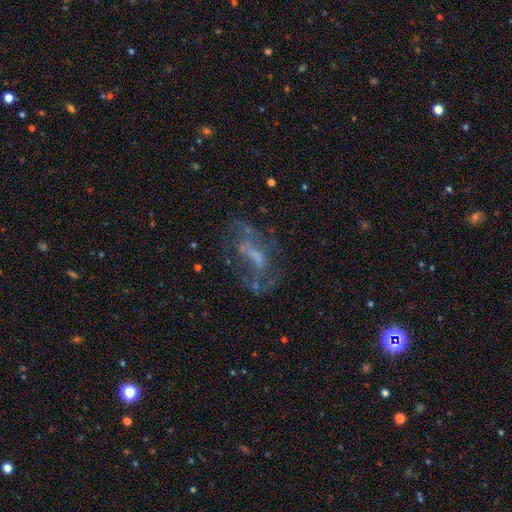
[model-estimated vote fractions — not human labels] featured or disk 66%, smooth 20%, star or artifact 14%. Down the decision tree: edge-on disk — no (94%); bar — no (38%, tied with weak); spiral arms — no (51%); bulge size — none (48%); merging — none (45%).